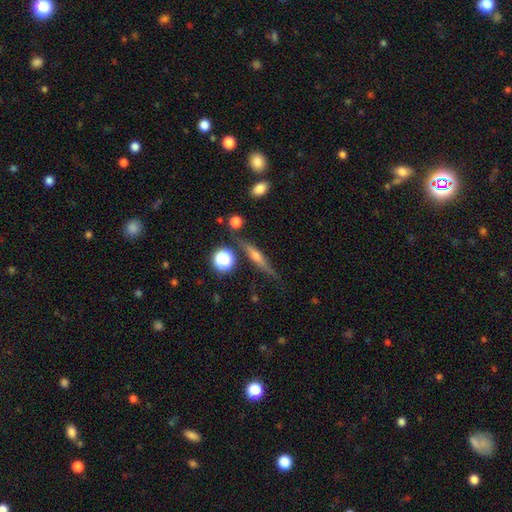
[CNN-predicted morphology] The model was most divided on "smooth or featured": featured or disk: 64%, smooth: 26%, star or artifact: 10%. More confident: edge-on disk — yes (94%); edge-on bulge — rounded (79%); merging — none (78%).